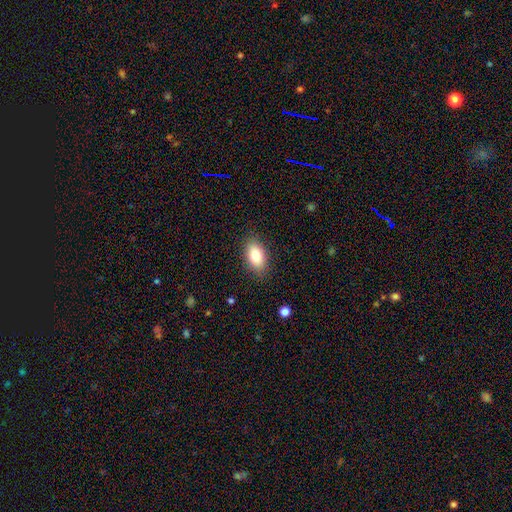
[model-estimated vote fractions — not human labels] Overall: smooth (82%). How rounded: in between (91%). Merging: none (86%).